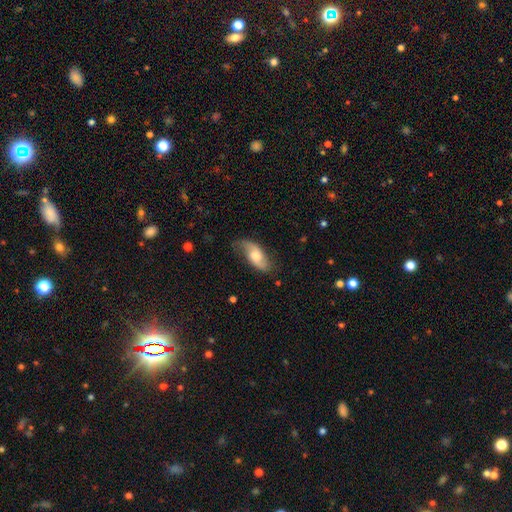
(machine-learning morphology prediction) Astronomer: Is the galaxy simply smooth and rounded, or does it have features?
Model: featured or disk — 61%.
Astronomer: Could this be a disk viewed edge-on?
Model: no — 90%.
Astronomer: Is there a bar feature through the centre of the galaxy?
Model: no — 62%.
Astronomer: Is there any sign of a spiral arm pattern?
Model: yes — 90%.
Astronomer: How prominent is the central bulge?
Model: moderate — 60%.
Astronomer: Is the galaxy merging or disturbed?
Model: none — 70%.